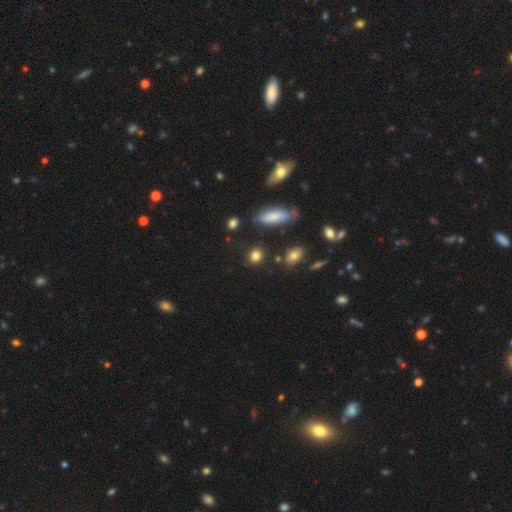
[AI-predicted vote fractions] Morphology: type=smooth (81%); roundness=round (69%); merging=none (79%).